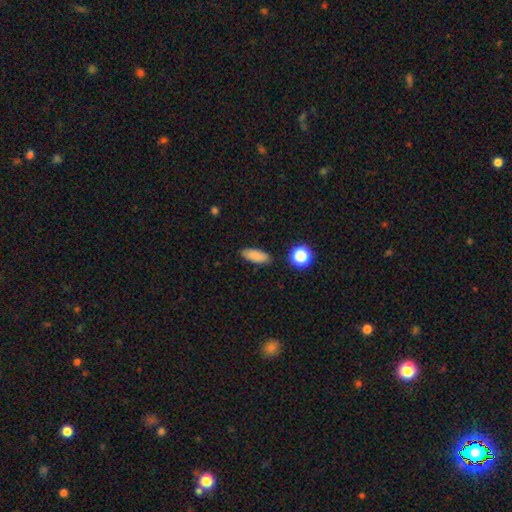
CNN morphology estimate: type=smooth (85%); roundness=in between (76%); merging=none (86%).